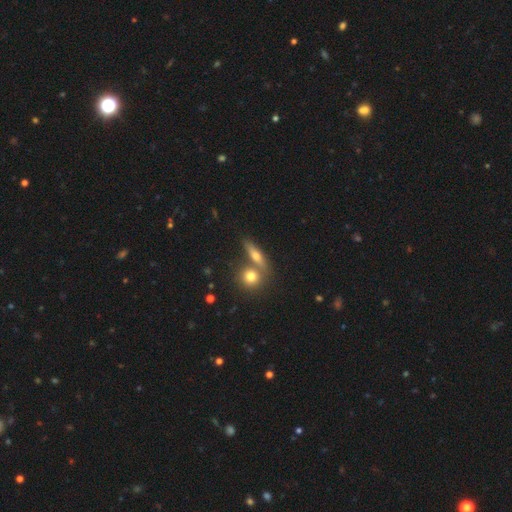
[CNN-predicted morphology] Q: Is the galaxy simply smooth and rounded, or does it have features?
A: smooth — 58%.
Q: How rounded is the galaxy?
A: cigar-shaped — 45%.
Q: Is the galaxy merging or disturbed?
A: none — 60%.